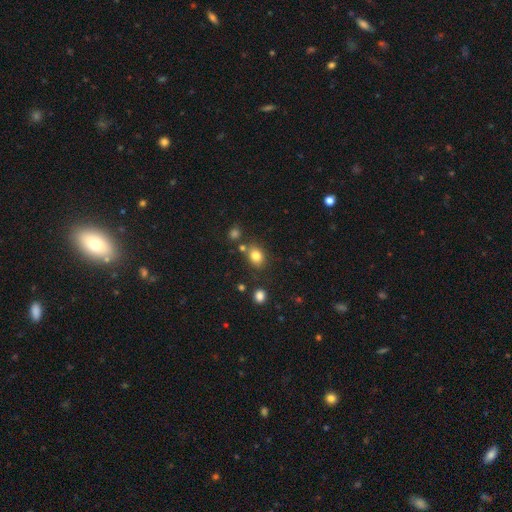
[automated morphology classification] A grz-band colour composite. It shows a smooth galaxy with no disk features (80%) that is in between round and cigar-shaped (51%). Merging: none (72%).